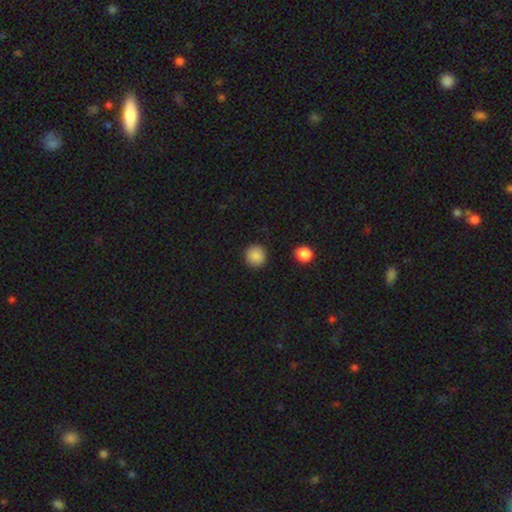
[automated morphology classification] Overall: smooth (88%). How rounded: round (93%). Merging: none (92%).